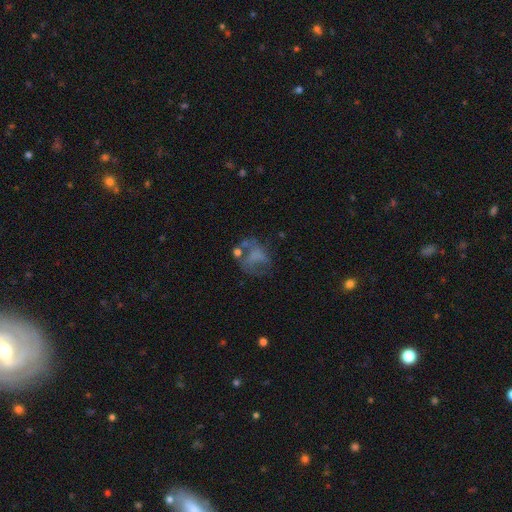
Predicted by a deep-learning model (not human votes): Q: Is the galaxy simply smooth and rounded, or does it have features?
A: featured or disk — 43%.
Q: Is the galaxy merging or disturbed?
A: none — 36%.